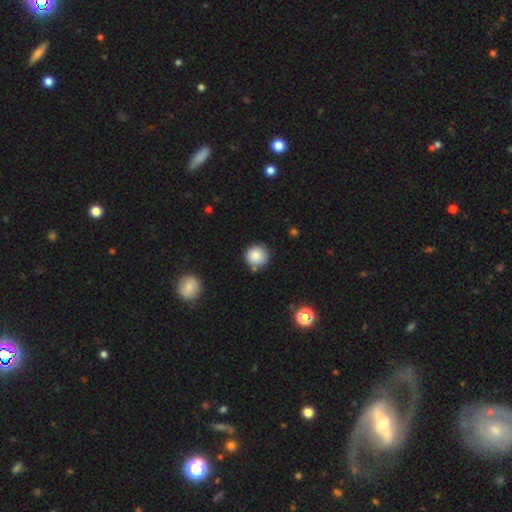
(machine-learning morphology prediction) type=smooth (86%); roundness=round (94%); merging=none (80%).